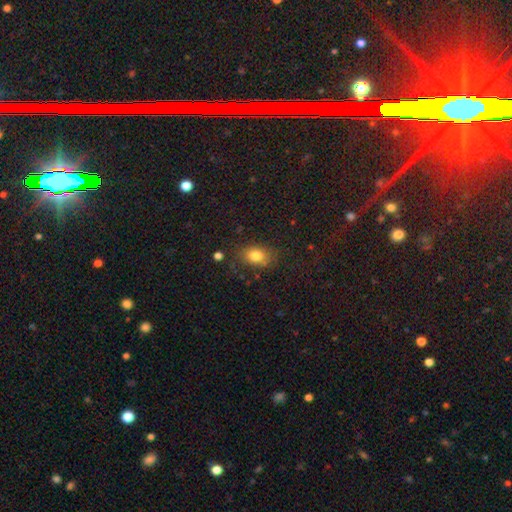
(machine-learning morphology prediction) smooth-or-featured: smooth: 81% | star or artifact: 10% | featured or disk: 9%
  how-rounded: in between: 71% | round: 27% | cigar-shaped: 1%
  merging: none: 77% | minor disturbance: 16% | major disturbance: 5% | merger: 2%